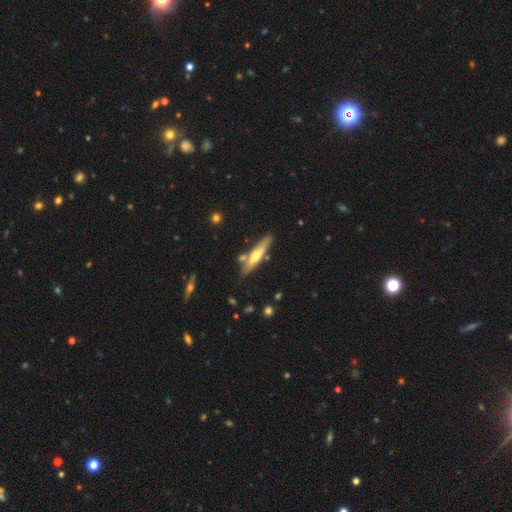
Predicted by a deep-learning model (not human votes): Smooth or featured: featured or disk — 55% (smooth — 40%)
Edge-on disk: yes — 87% (no — 13%)
Merging: none — 77% (minor disturbance — 13%)